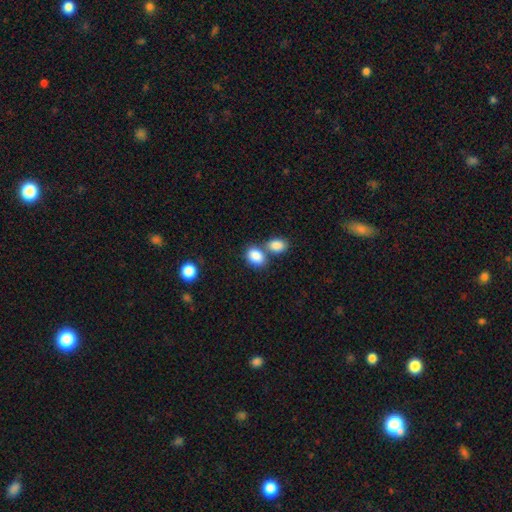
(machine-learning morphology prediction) Smooth or featured?
  - smooth: 86% *
  - star or artifact: 8%
  - featured or disk: 6%
How rounded?
  - in between: 75% *
  - round: 24%
  - cigar-shaped: 1%
Merging?
  - none: 44% *
  - merger: 43%
  - minor disturbance: 10%
  - major disturbance: 3%